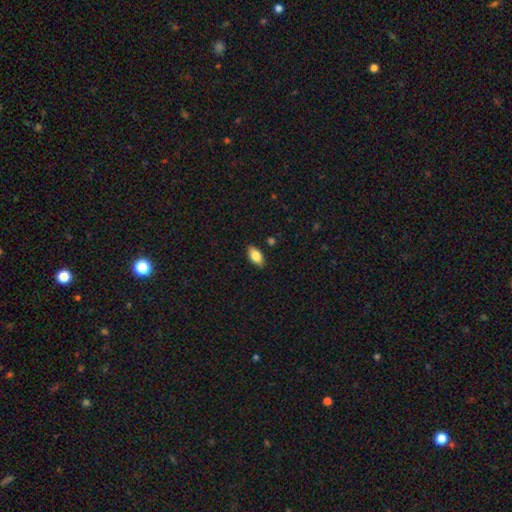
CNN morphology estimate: Smooth or featured?
  - smooth: 78% *
  - featured or disk: 15%
  - star or artifact: 7%
How rounded?
  - in between: 91% *
  - cigar-shaped: 6%
  - round: 4%
Merging?
  - none: 87% *
  - minor disturbance: 10%
  - major disturbance: 2%
  - merger: 2%